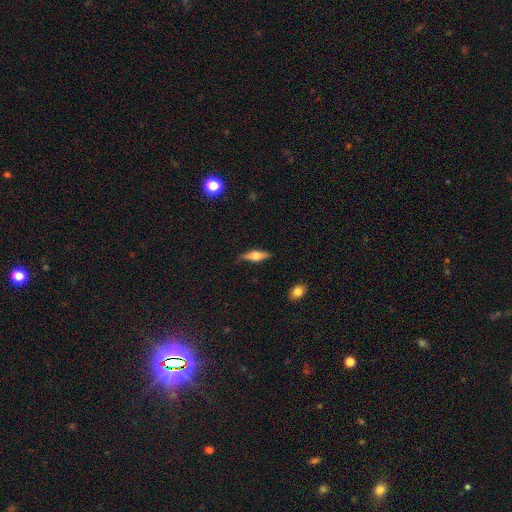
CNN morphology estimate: Q: Smooth or featured?
A: featured or disk (47%); tied with: smooth (47%)
Q: Merging?
A: none (78%); runner-up: minor disturbance (17%)